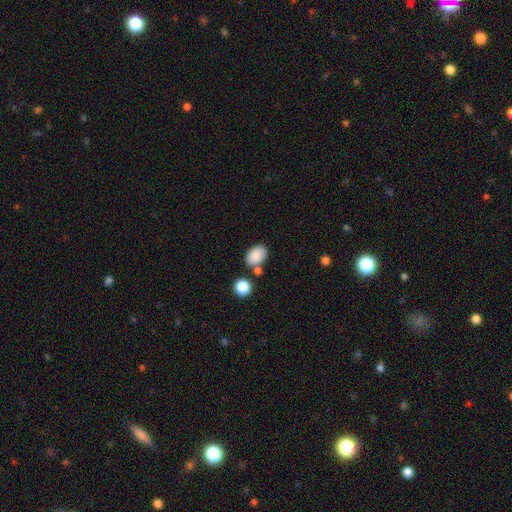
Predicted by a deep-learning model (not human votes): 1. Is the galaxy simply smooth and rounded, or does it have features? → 87% smooth, 8% star or artifact, 5% featured or disk.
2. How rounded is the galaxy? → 87% in between, 12% round, 1% cigar-shaped.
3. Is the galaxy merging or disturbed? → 70% none, 13% minor disturbance, 13% merger, 4% major disturbance.